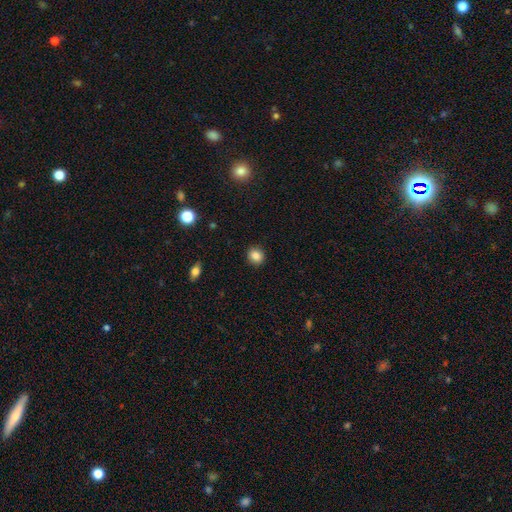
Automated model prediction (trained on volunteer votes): The model was most divided on "how rounded": round: 82%, in between: 17%, cigar-shaped: 1%. More confident: merging — none (91%); smooth or featured — smooth (85%).